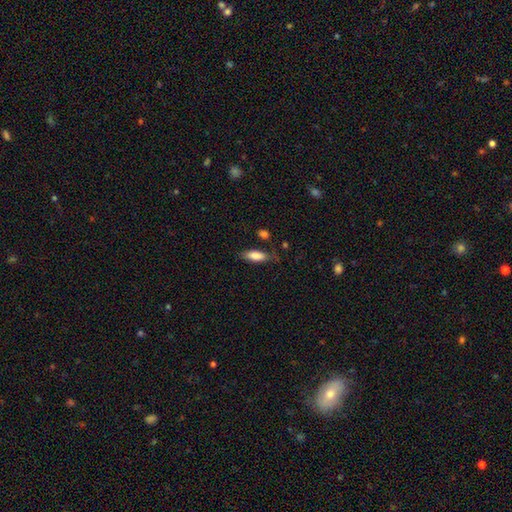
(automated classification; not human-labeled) A smooth galaxy with no disk features (83%) that is in between round and cigar-shaped (75%).

Vote fractions:
- Smooth or featured? smooth: 83% / featured or disk: 11% / star or artifact: 7%
- How rounded? in between: 75% / cigar-shaped: 23% / round: 2%
- Merging? none: 68% / minor disturbance: 21% / major disturbance: 6% / merger: 4%